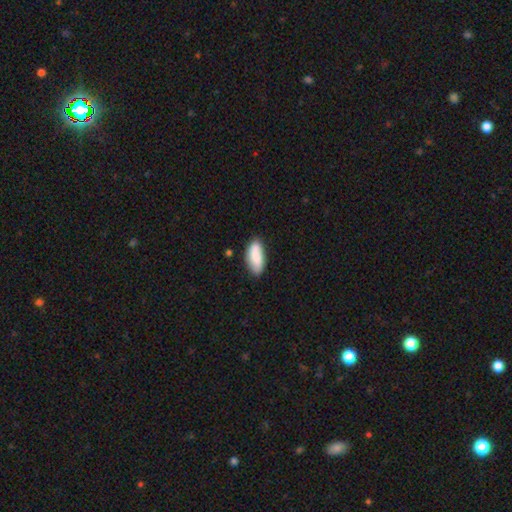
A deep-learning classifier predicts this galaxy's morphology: Smooth or featured: smooth — 83% (featured or disk — 11%)
How rounded: in between — 84% (cigar-shaped — 14%)
Merging: none — 79% (minor disturbance — 16%)